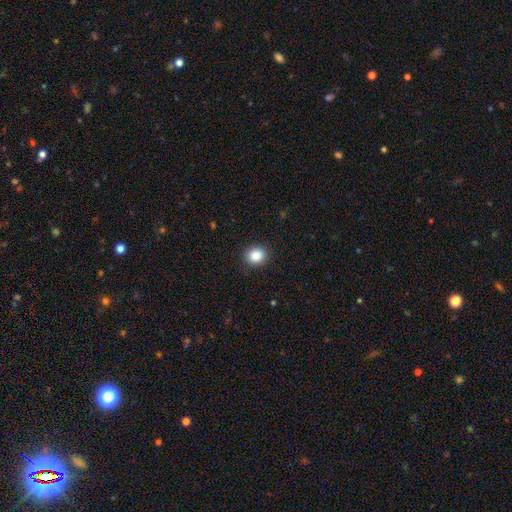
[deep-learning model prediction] smooth 87%, star or artifact 10%, featured or disk 4%. Down the decision tree: how rounded — round (82%); merging — none (90%).